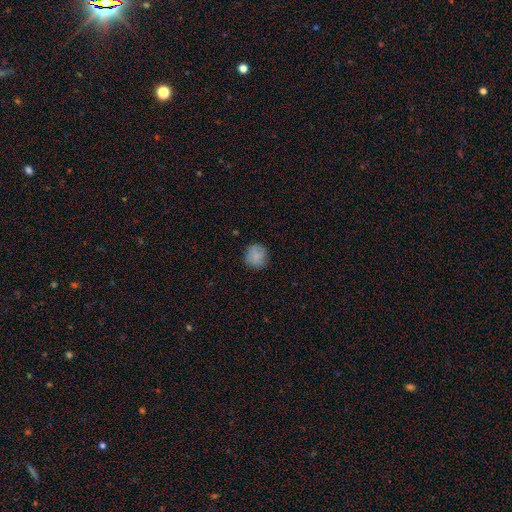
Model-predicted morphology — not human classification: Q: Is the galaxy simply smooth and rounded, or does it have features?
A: smooth — 84%.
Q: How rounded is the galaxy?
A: round — 91%.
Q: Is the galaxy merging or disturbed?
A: none — 84%.